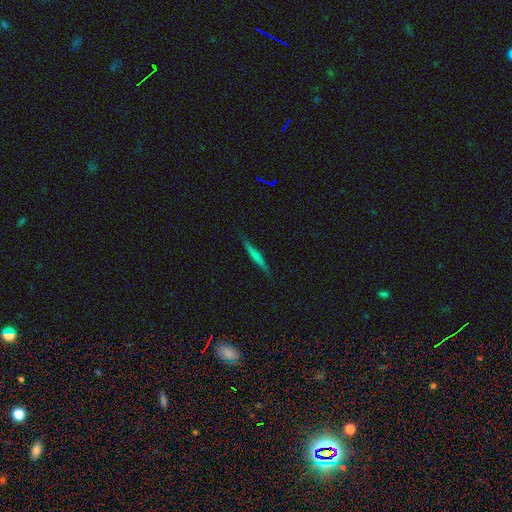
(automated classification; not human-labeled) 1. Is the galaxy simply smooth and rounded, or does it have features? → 51% smooth, 42% featured or disk, 7% star or artifact.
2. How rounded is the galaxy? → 93% cigar-shaped, 5% in between, 2% round.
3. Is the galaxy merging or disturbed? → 86% none, 10% minor disturbance, 2% major disturbance, 1% merger.